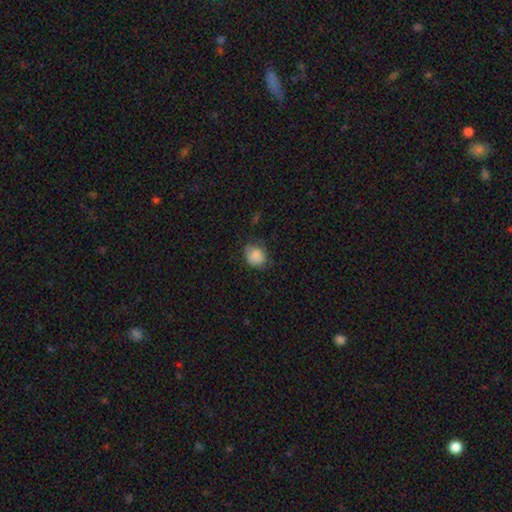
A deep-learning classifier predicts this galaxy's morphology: Smooth or featured? smooth (85%)
How rounded? round (58%)
Merging? none (62%)